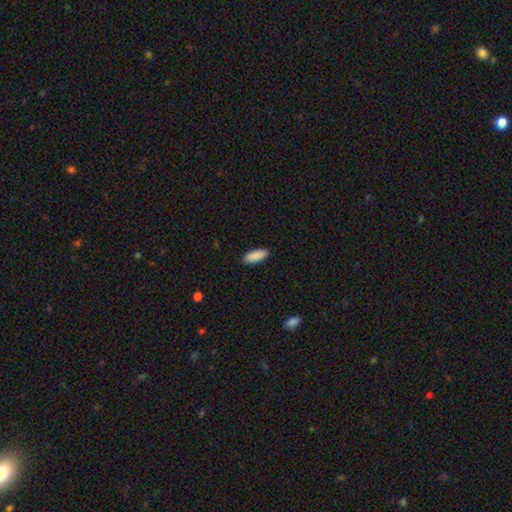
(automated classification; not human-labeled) A smooth galaxy with no disk features (91%) that is in between round and cigar-shaped (75%).

Vote fractions:
- Smooth or featured? smooth: 91% / star or artifact: 6% / featured or disk: 4%
- How rounded? in between: 75% / cigar-shaped: 23% / round: 2%
- Merging? none: 90% / minor disturbance: 8% / major disturbance: 2% / merger: 1%